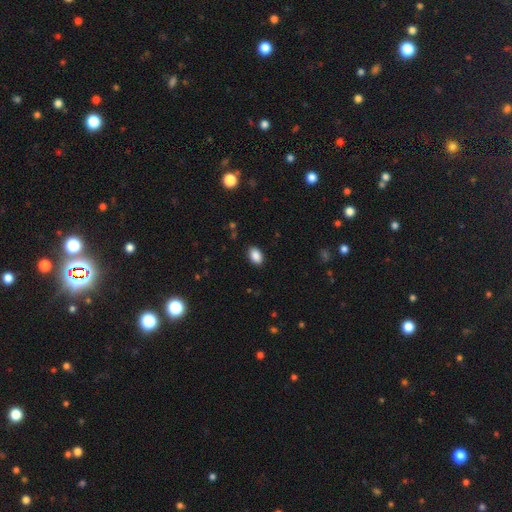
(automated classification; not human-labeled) A smooth galaxy with no disk features (89%) that is in between round and cigar-shaped (88%). Merging: none (89%).